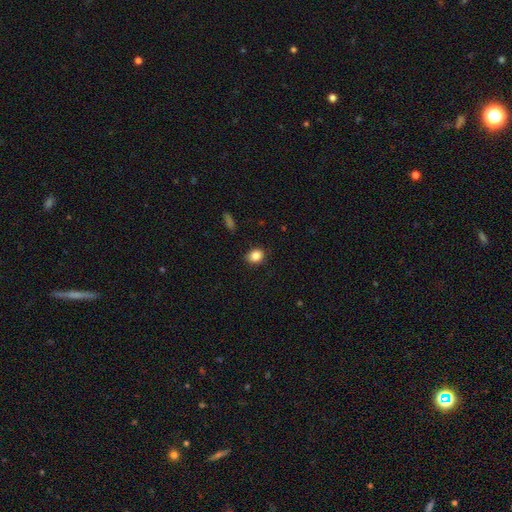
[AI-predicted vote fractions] Smooth or featured?
  - smooth: 86% *
  - star or artifact: 9%
  - featured or disk: 5%
How rounded?
  - round: 56% *
  - in between: 43%
  - cigar-shaped: 1%
Merging?
  - none: 88% *
  - minor disturbance: 9%
  - major disturbance: 2%
  - merger: 1%